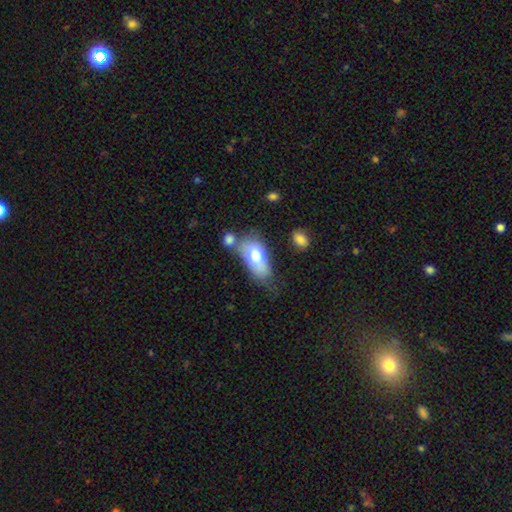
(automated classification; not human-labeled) Q: Smooth or featured?
A: smooth (70%); runner-up: featured or disk (23%)
Q: How rounded?
A: in between (87%); runner-up: cigar-shaped (7%)
Q: Merging?
A: none (37%); runner-up: merger (24%)